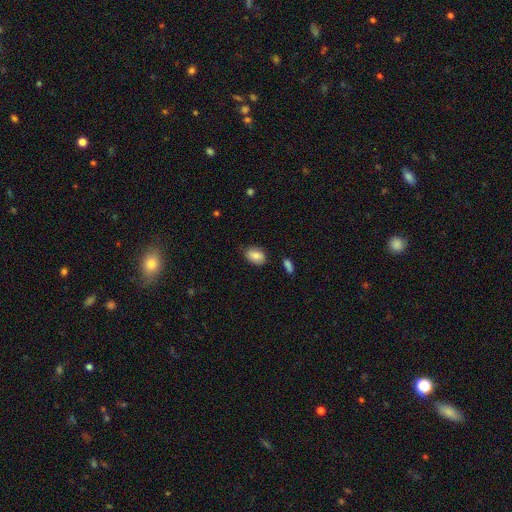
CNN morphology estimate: type=smooth (81%); roundness=in between (84%); merging=none (77%).